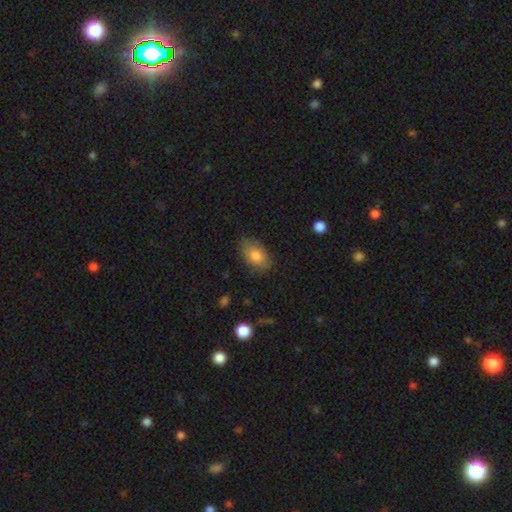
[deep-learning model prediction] Smooth or featured? smooth (81%)
How rounded? in between (89%)
Merging? none (77%)